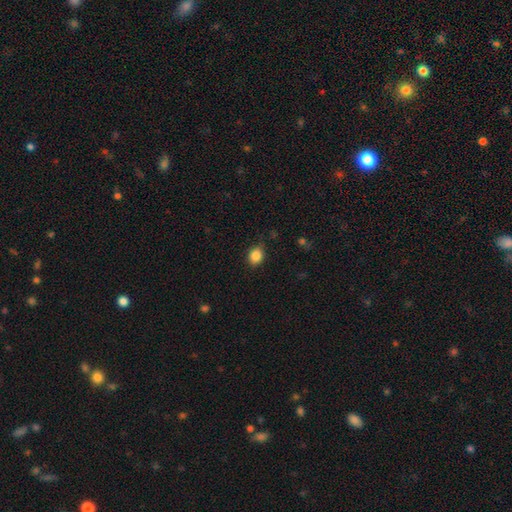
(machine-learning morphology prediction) The model was most divided on "how rounded": round: 57%, in between: 42%, cigar-shaped: 1%. More confident: smooth or featured — smooth (86%); merging — none (81%).